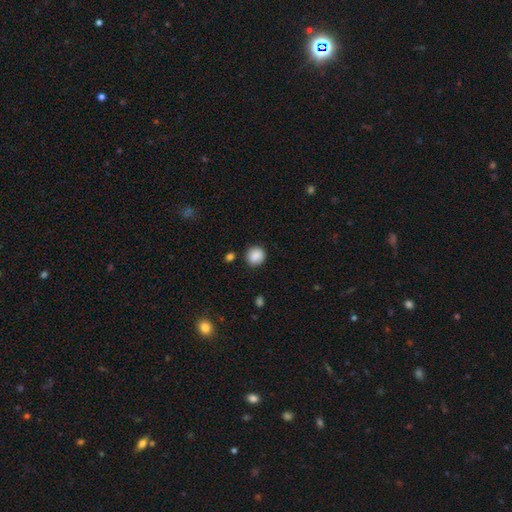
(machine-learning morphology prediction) Smooth or featured?
  - smooth: 88% *
  - star or artifact: 8%
  - featured or disk: 3%
How rounded?
  - round: 88% *
  - in between: 11%
  - cigar-shaped: 1%
Merging?
  - none: 86% *
  - minor disturbance: 9%
  - major disturbance: 3%
  - merger: 2%